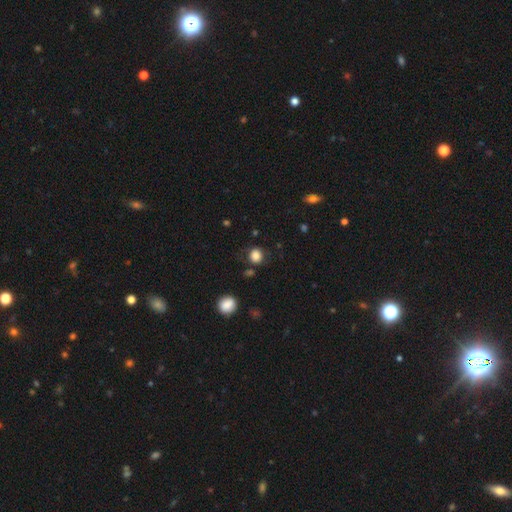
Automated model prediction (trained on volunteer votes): This appears to be a smooth galaxy with no disk features (84%) that is round (76%). Merging: none (79%).